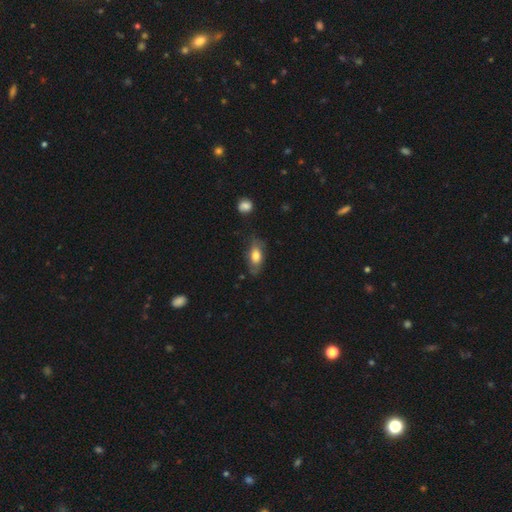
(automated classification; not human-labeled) smooth-or-featured: smooth: 68% | featured or disk: 25% | star or artifact: 7%
  how-rounded: in between: 86% | cigar-shaped: 8% | round: 6%
  merging: none: 67% | minor disturbance: 24% | major disturbance: 7% | merger: 2%